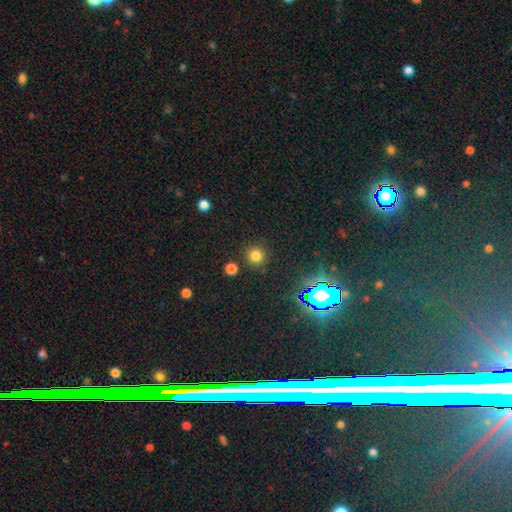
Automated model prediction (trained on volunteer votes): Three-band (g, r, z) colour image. It shows a smooth galaxy with no disk features (75%) that is round (95%). Merging: none (88%).